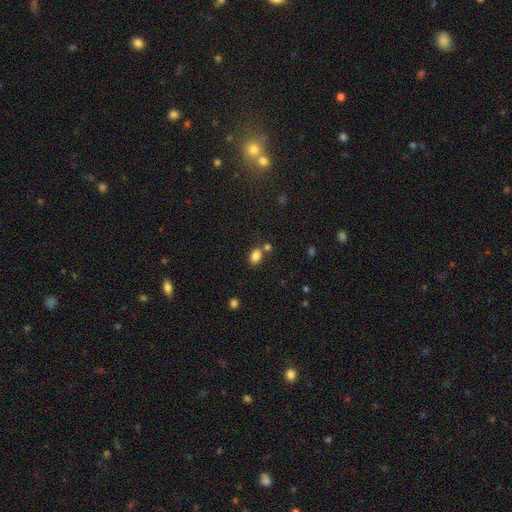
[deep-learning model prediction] smooth_or_featured: smooth (p=0.84) [alt: star or artifact p=0.11]
how_rounded: in between (p=0.84) [alt: round p=0.14]
merging: none (p=0.65) [alt: merger p=0.20]